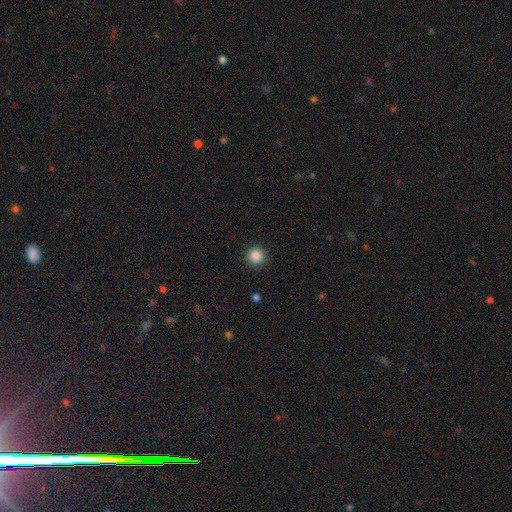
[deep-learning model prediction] Morphology: type=smooth (87%); roundness=round (96%); merging=none (93%).